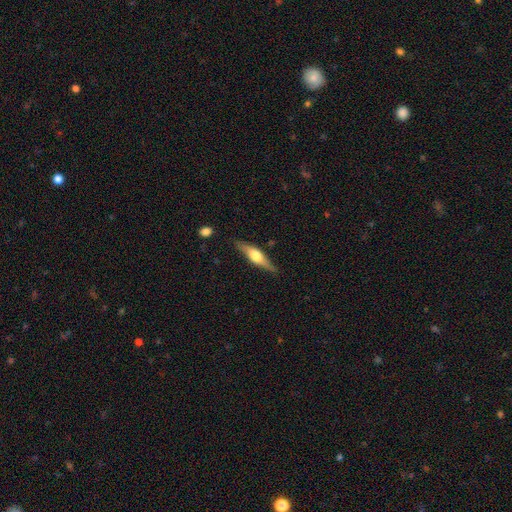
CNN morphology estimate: Smooth or featured: featured or disk — 58% (smooth — 36%)
Edge-on disk: yes — 93% (no — 7%)
Edge-on bulge: rounded — 92% (boxy — 6%)
Merging: none — 83% (minor disturbance — 13%)